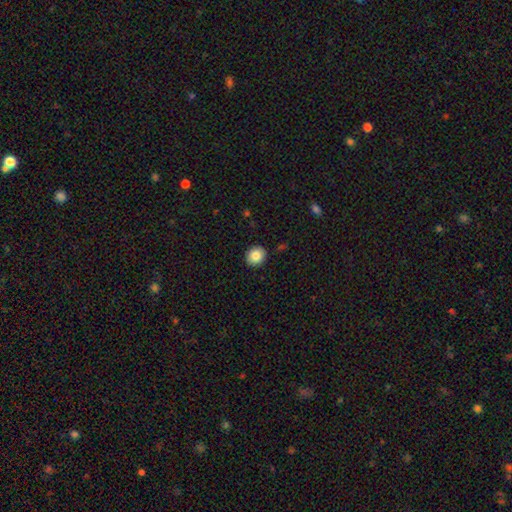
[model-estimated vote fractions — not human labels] Q: Smooth or featured?
A: smooth (85%); runner-up: star or artifact (9%)
Q: How rounded?
A: round (78%); runner-up: in between (22%)
Q: Merging?
A: none (91%); runner-up: minor disturbance (7%)